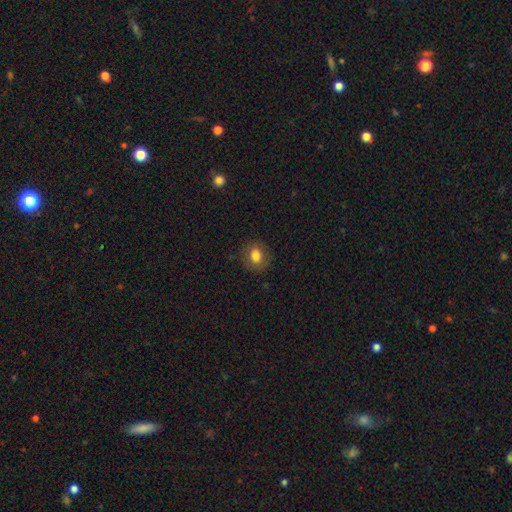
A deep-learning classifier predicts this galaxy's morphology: Smooth or featured? Predicted: smooth (p=0.77). How rounded? Predicted: round (p=0.63). Merging? Predicted: none (p=0.85).